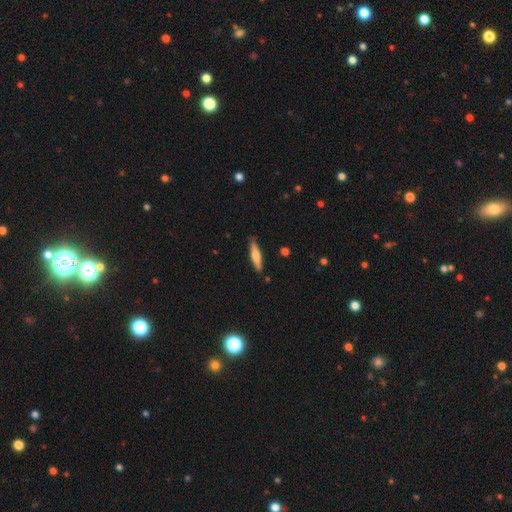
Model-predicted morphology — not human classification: A smooth galaxy with no disk features (57%) that is cigar-shaped (82%). Merging: none (86%).